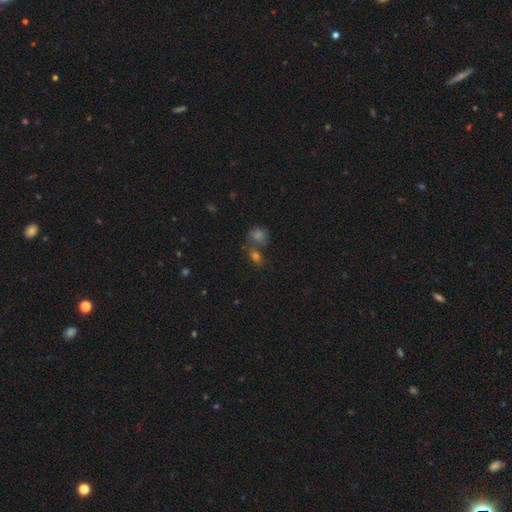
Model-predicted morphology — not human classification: Smooth or featured? smooth (57%)
How rounded? round (60%)
Merging? none (52%)